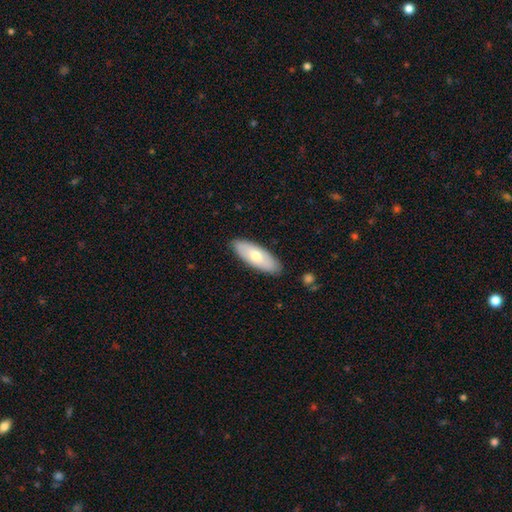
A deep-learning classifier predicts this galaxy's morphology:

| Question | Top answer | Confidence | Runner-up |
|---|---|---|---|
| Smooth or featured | smooth | 64% | featured or disk (31%) |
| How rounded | in between | 77% | cigar-shaped (21%) |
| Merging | none | 87% | minor disturbance (9%) |